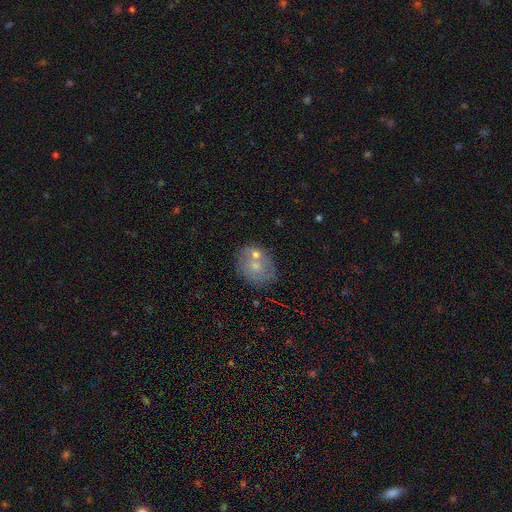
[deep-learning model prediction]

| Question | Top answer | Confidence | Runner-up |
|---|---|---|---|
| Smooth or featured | smooth | 53% | featured or disk (36%) |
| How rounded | round | 53% | in between (45%) |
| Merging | none | 55% | merger (26%) |